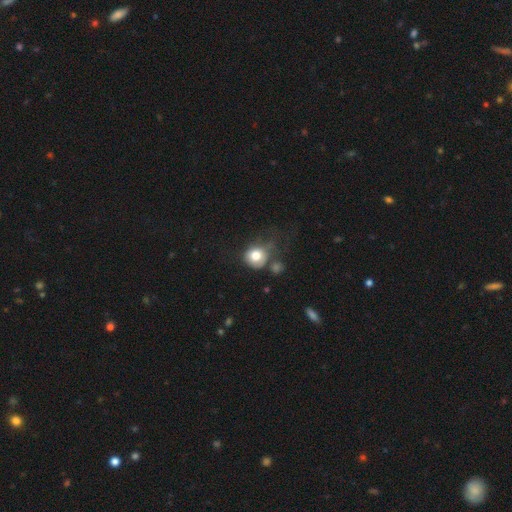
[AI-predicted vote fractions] smooth-or-featured: smooth: 77% | featured or disk: 13% | star or artifact: 10%
  how-rounded: round: 83% | in between: 16% | cigar-shaped: 1%
  merging: none: 45% | minor disturbance: 23% | major disturbance: 19% | merger: 13%